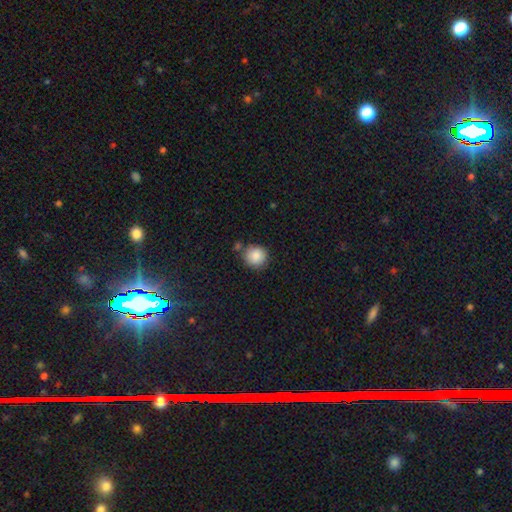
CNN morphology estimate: A smooth galaxy with no disk features (87%) that is round (92%). Merging: none (73%).